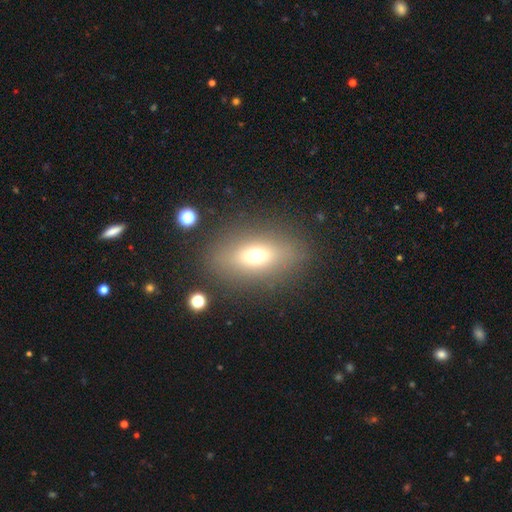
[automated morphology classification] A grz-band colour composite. It shows a smooth galaxy with no disk features (67%) that is in between round and cigar-shaped (76%). Merging: none (83%).